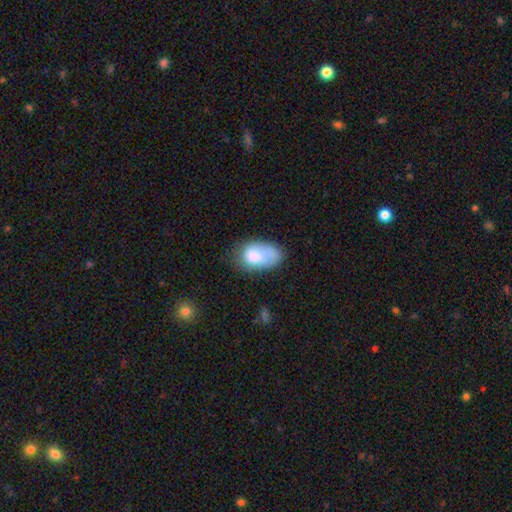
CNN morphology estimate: Smooth or featured? smooth (76%)
How rounded? in between (89%)
Merging? none (37%)